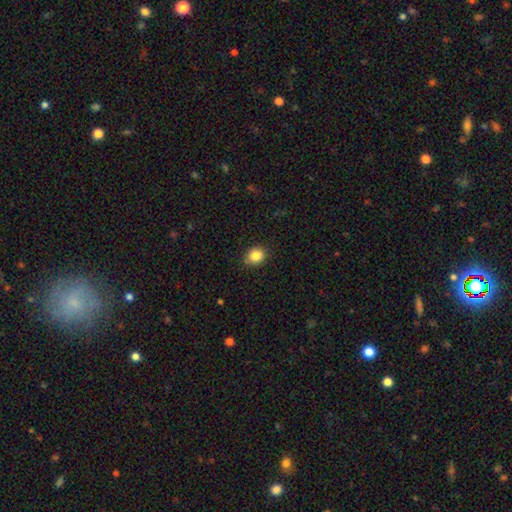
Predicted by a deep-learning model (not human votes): The model was most divided on "how rounded": round: 67%, in between: 32%, cigar-shaped: 1%. More confident: smooth or featured — smooth (85%); merging — none (85%).